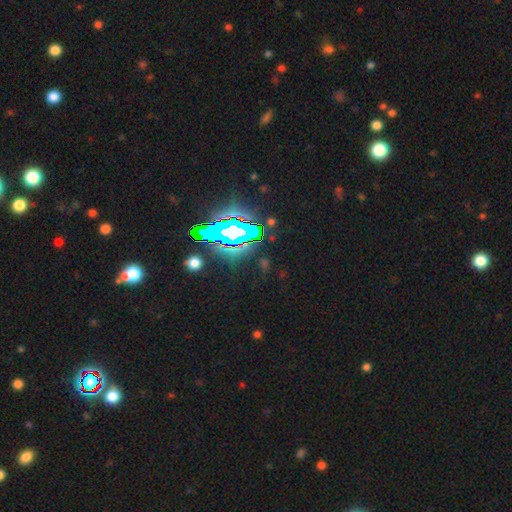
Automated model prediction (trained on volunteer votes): Q: Smooth or featured?
A: star or artifact (82%); runner-up: smooth (10%)